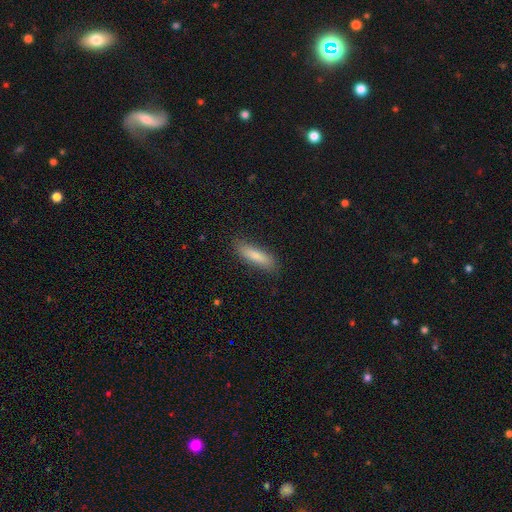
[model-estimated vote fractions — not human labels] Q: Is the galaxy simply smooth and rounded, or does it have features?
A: smooth — 81%.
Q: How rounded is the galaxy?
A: cigar-shaped — 68%.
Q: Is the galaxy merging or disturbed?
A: none — 86%.